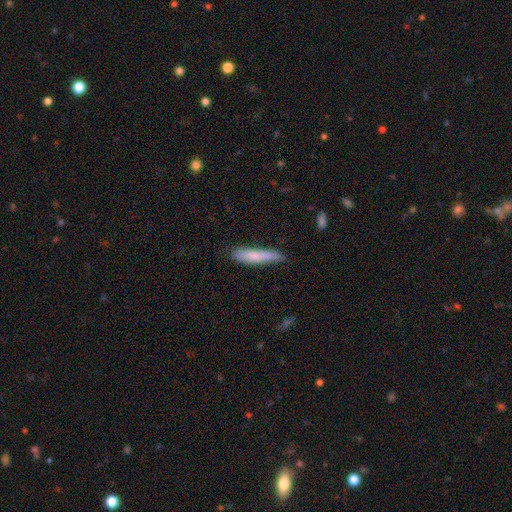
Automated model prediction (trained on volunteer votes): The model was most divided on "merging": none: 73%, minor disturbance: 22%, major disturbance: 4%, merger: 2%. More confident: how rounded — cigar-shaped (89%); smooth or featured — smooth (75%).